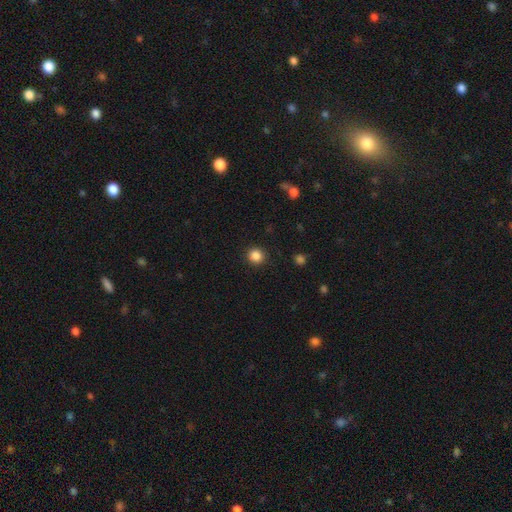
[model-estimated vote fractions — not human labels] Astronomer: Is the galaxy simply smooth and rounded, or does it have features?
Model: smooth — 86%.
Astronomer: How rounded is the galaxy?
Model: round — 92%.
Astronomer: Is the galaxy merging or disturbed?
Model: none — 91%.